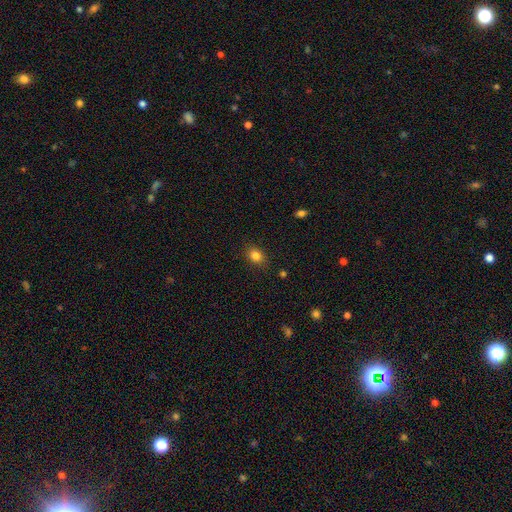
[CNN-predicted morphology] Smooth or featured?
  - smooth: 83% *
  - star or artifact: 11%
  - featured or disk: 5%
How rounded?
  - in between: 60% *
  - round: 39%
  - cigar-shaped: 1%
Merging?
  - none: 85% *
  - minor disturbance: 10%
  - major disturbance: 3%
  - merger: 1%